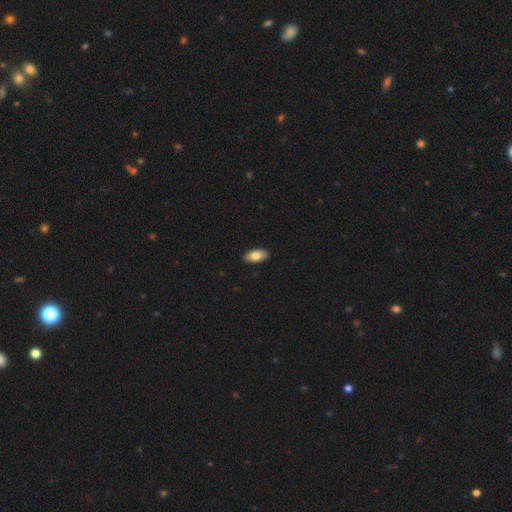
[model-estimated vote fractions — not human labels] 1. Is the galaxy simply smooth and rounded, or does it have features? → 80% smooth, 14% featured or disk, 6% star or artifact.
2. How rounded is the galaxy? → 93% in between, 4% cigar-shaped, 3% round.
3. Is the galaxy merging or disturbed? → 89% none, 8% minor disturbance, 1% major disturbance, 1% merger.